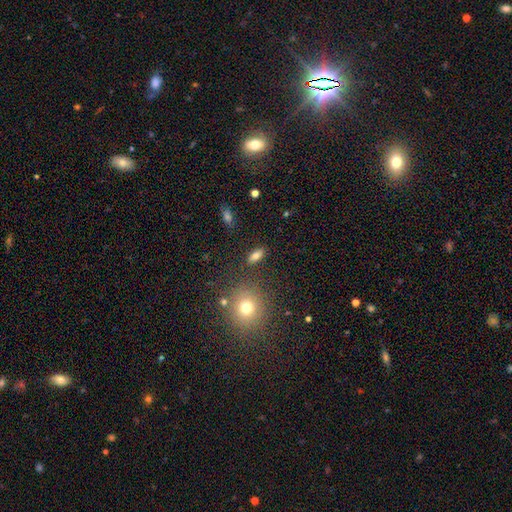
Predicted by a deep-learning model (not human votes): Smooth or featured? Predicted: smooth (p=0.77). How rounded? Predicted: in between (p=0.78). Merging? Predicted: none (p=0.84).